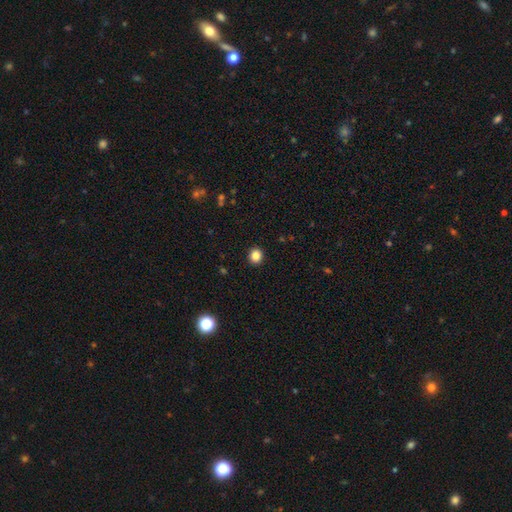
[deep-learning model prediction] This appears to be a smooth galaxy with no disk features (85%) that is round (85%). Merging: none (93%).